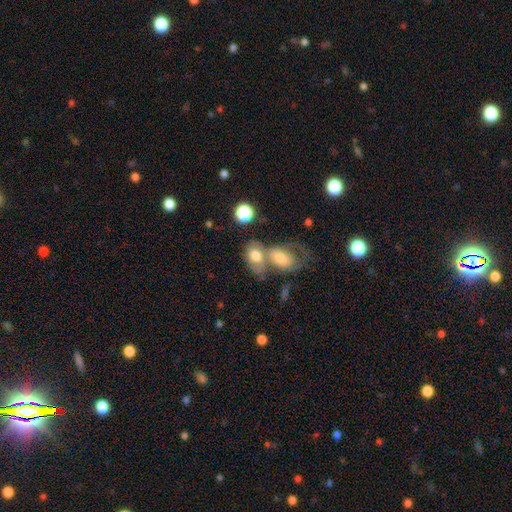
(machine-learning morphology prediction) This appears to be a smooth galaxy with no disk features (70%) that is in between round and cigar-shaped (80%). Merging: merger (59%).